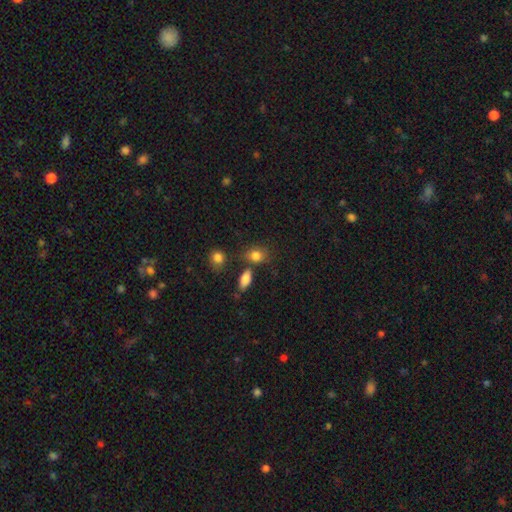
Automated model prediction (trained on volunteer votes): This appears to be a smooth galaxy with no disk features (83%) that is in between round and cigar-shaped (55%). Merging: none (60%).